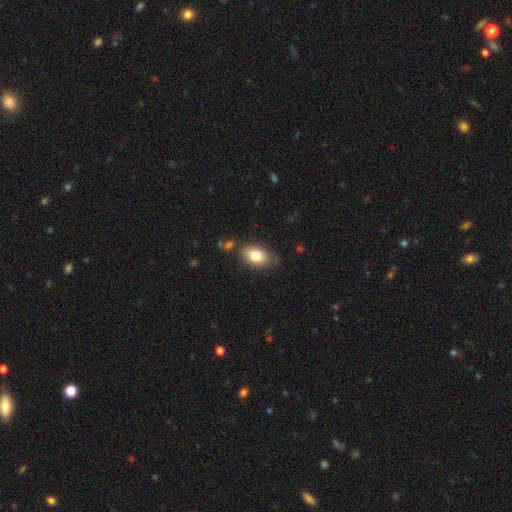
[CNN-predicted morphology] smooth_or_featured: smooth (p=0.81) [alt: featured or disk p=0.12]
how_rounded: in between (p=0.88) [alt: round p=0.10]
merging: none (p=0.70) [alt: minor disturbance p=0.20]